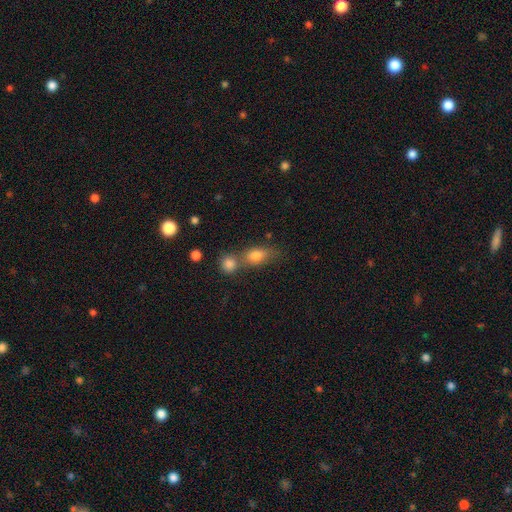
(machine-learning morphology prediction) Smooth or featured? Predicted: smooth (p=0.78). How rounded? Predicted: in between (p=0.68). Merging? Predicted: merger (p=0.42).